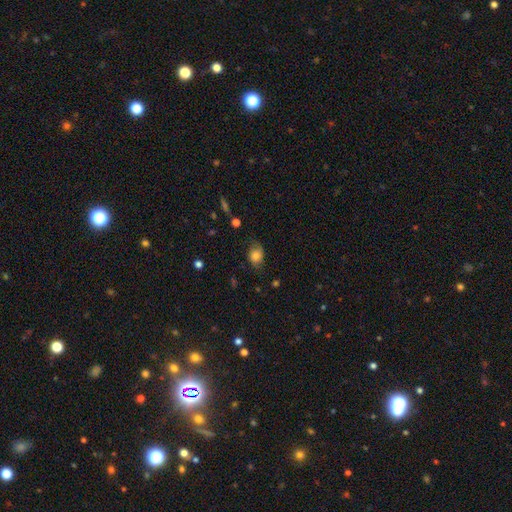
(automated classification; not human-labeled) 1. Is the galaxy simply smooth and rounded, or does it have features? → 77% smooth, 12% featured or disk, 10% star or artifact.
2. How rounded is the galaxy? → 63% in between, 36% round, 1% cigar-shaped.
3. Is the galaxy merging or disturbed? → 66% none, 25% minor disturbance, 7% major disturbance, 1% merger.